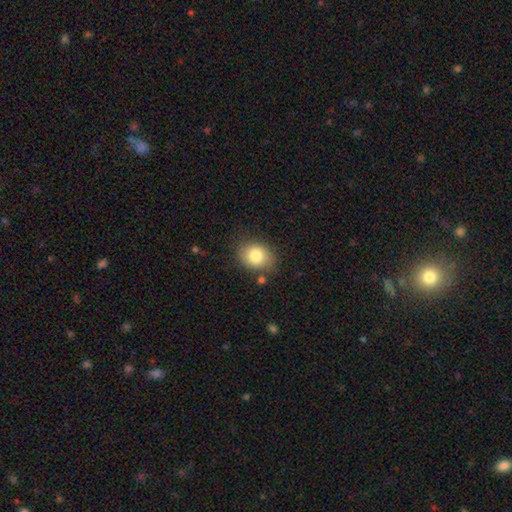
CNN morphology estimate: Overall: smooth (83%). How rounded: round (50%; in between 49%). Merging: none (78%).